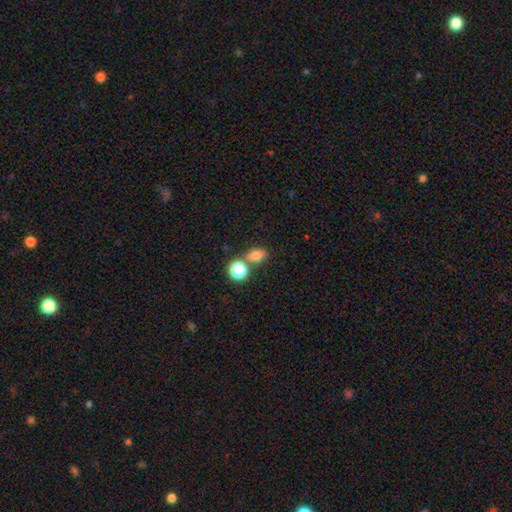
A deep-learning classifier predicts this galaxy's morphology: Overall: smooth (77%). How rounded: in between (63%; round 35%). Merging: none (63%).